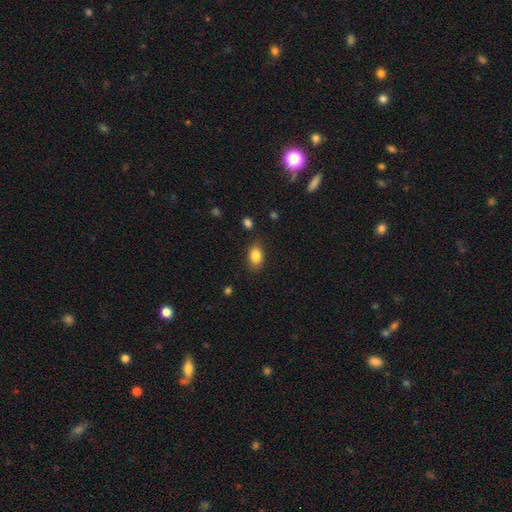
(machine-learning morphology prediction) A smooth galaxy with no disk features (85%) that is in between round and cigar-shaped (84%). Merging: none (82%).